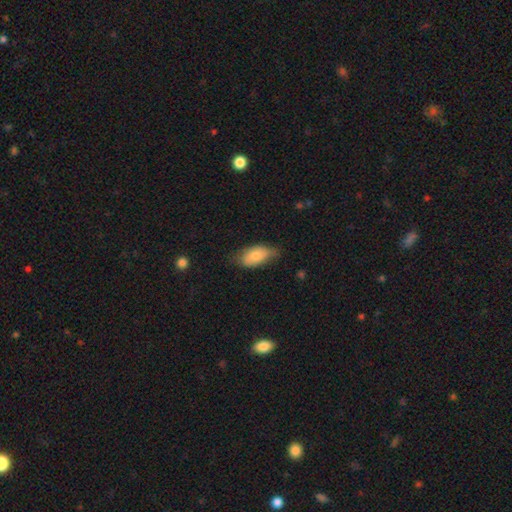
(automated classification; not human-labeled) Smooth or featured? Predicted: smooth (p=0.77). How rounded? Predicted: in between (p=0.92). Merging? Predicted: none (p=0.56).